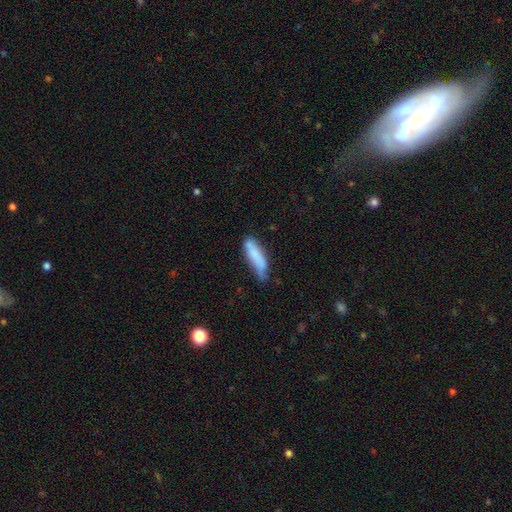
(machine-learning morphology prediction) Smooth or featured?
  - smooth: 77% *
  - featured or disk: 17%
  - star or artifact: 7%
How rounded?
  - cigar-shaped: 64% *
  - in between: 34%
  - round: 2%
Merging?
  - none: 49% *
  - minor disturbance: 37%
  - major disturbance: 10%
  - merger: 5%